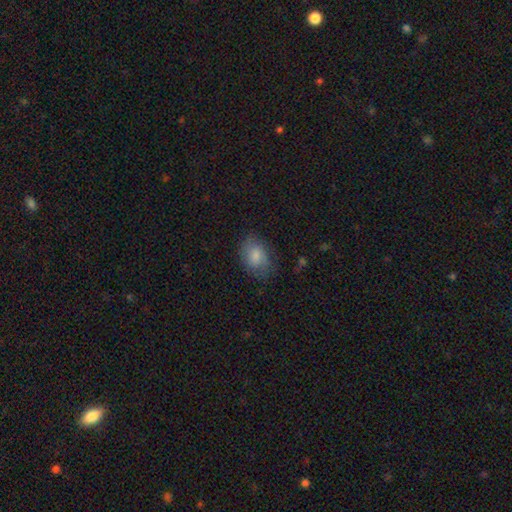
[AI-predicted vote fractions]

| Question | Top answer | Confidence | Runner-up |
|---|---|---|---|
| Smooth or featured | smooth | 78% | featured or disk (15%) |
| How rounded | in between | 78% | round (21%) |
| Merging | none | 68% | minor disturbance (23%) |